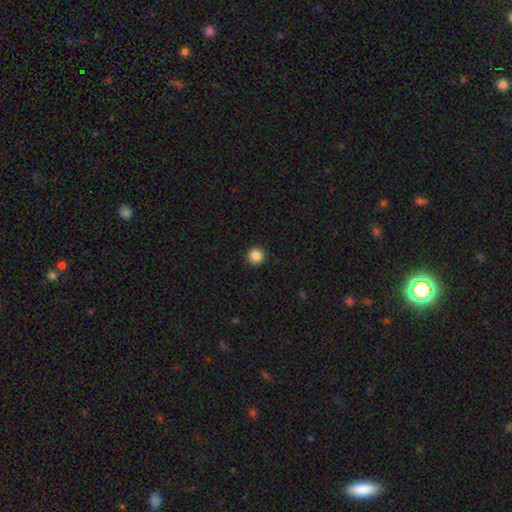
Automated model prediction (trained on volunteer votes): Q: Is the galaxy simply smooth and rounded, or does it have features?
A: smooth — 87%.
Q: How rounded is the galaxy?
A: round — 95%.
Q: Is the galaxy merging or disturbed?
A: none — 93%.